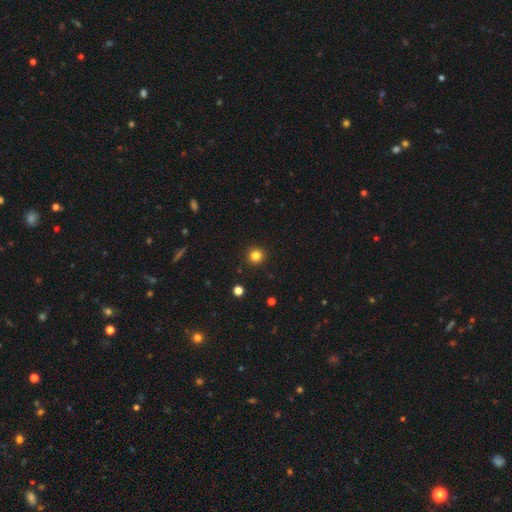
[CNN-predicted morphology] smooth_or_featured: smooth (p=0.82) [alt: star or artifact p=0.14]
how_rounded: round (p=0.95) [alt: in between p=0.04]
merging: none (p=0.93) [alt: minor disturbance p=0.04]